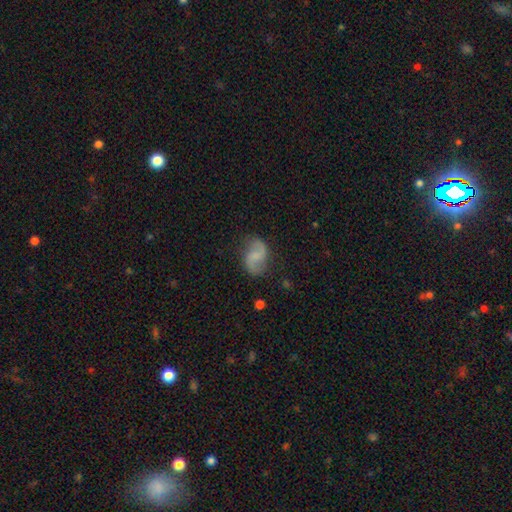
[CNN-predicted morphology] Smooth or featured: featured or disk — 70% (smooth — 23%)
Edge-on disk: no — 98% (yes — 2%)
Bar: weak — 47% (no — 39%)
Spiral arms: yes — 94% (no — 6%)
Spiral winding: loose — 59% (medium — 33%)
Spiral arm count: 2 — 92% (can't tell — 3%)
Bulge size: none — 52% (small — 27%)
Merging: none — 76% (minor disturbance — 16%)